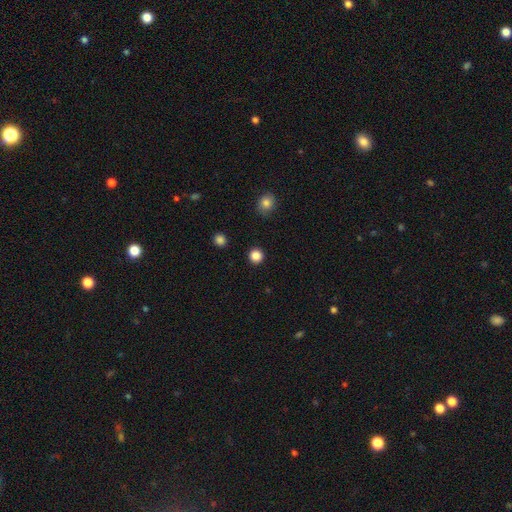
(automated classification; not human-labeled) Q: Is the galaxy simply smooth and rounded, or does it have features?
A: smooth — 86%.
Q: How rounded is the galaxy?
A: round — 94%.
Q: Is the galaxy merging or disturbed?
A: none — 92%.